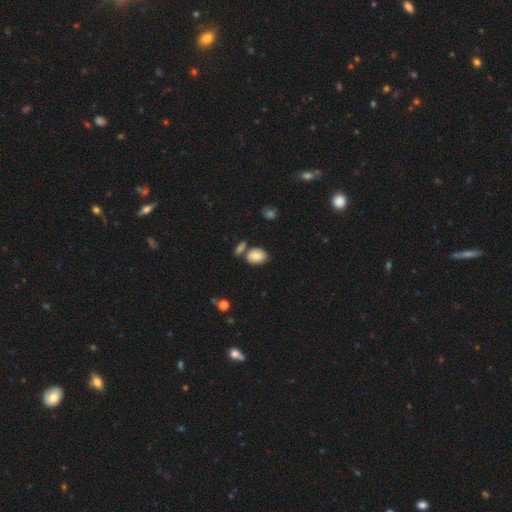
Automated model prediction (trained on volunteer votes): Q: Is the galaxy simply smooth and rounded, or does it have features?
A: smooth — 82%.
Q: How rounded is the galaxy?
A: in between — 77%.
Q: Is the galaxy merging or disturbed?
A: none — 59%.